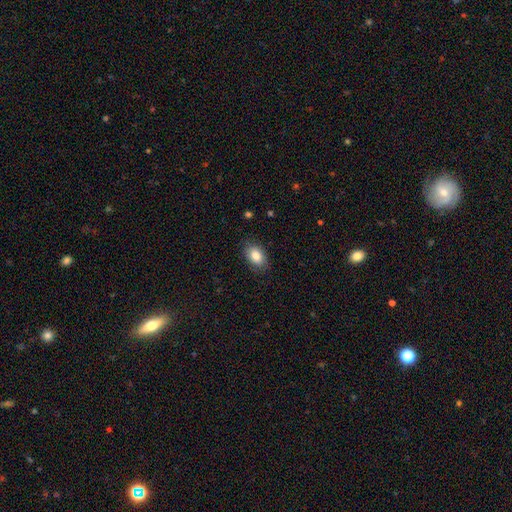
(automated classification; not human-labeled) smooth 85%, featured or disk 8%, star or artifact 7%. Down the decision tree: how rounded — in between (89%); merging — none (84%).